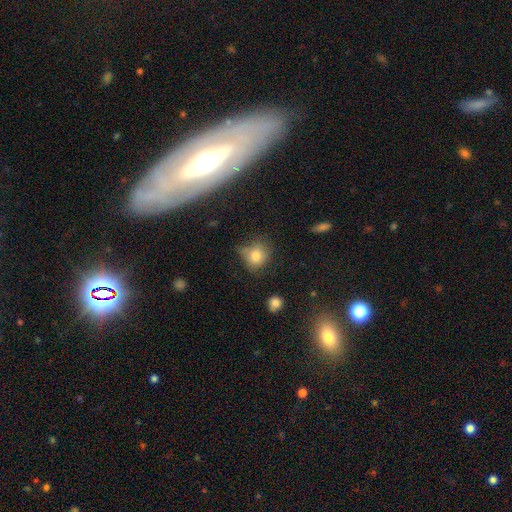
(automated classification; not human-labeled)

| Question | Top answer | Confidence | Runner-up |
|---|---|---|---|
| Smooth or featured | smooth | 78% | star or artifact (12%) |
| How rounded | round | 68% | in between (31%) |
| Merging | none | 56% | minor disturbance (29%) |